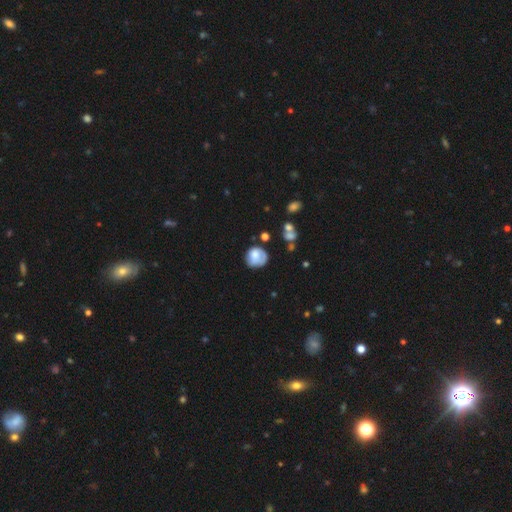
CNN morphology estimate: Smooth or featured: smooth — 71% (featured or disk — 21%)
How rounded: round — 80% (in between — 20%)
Merging: none — 54% (minor disturbance — 28%)